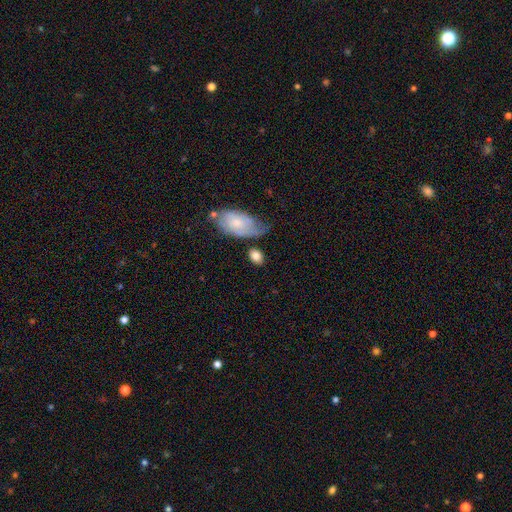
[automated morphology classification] smooth 78%, featured or disk 16%, star or artifact 7%. Down the decision tree: how rounded — in between (69%); merging — none (60%).